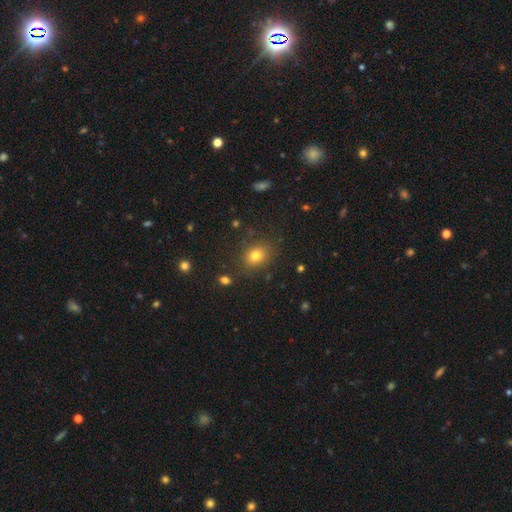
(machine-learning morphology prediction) This appears to be a smooth galaxy with no disk features (77%) that is round (51%). Merging: none (83%).